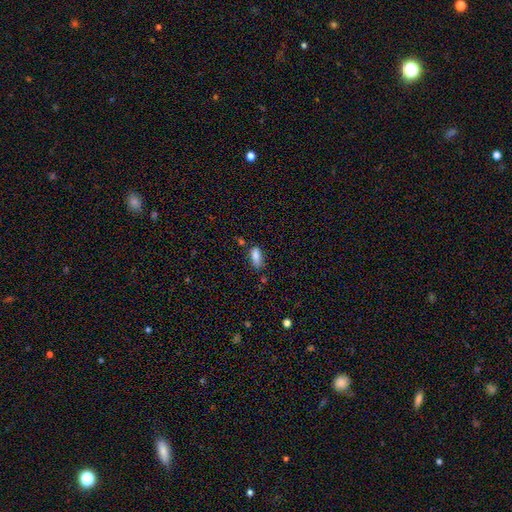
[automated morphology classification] This is clearly a smooth galaxy (85%). How rounded: clearly in between (83%). Merging: likely none (61%).